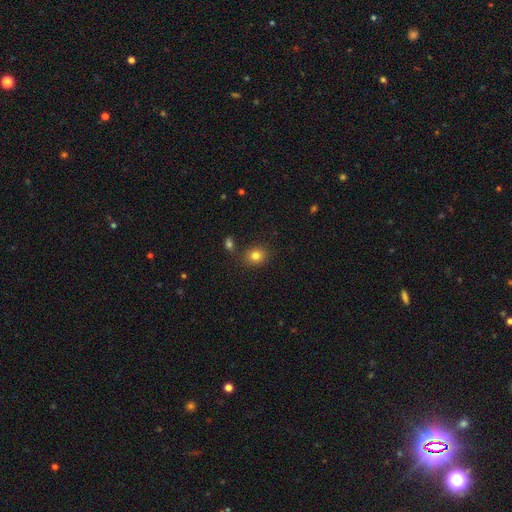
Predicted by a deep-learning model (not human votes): This appears to be a smooth galaxy with no disk features (82%) that is round (66%). Merging: none (81%).